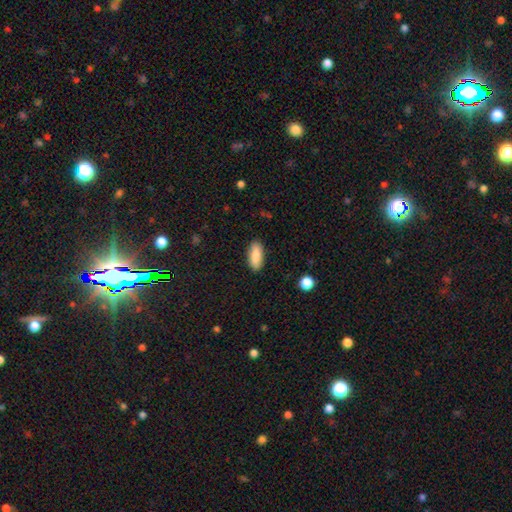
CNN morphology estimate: This appears to be a smooth galaxy with no disk features (85%) that is in between round and cigar-shaped (76%). Merging: none (87%).